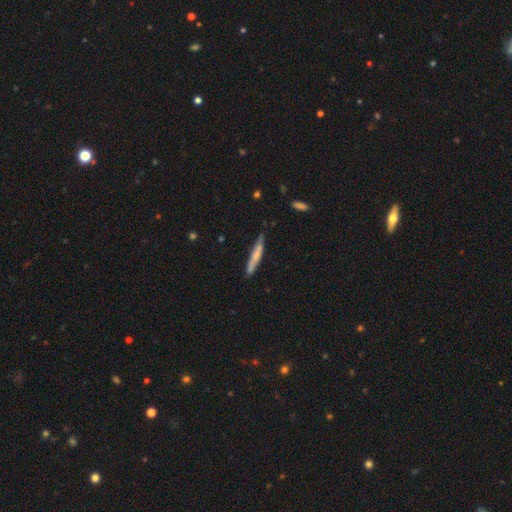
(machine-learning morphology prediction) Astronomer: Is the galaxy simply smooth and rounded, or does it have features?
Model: smooth — 60%.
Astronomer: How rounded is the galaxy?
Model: cigar-shaped — 95%.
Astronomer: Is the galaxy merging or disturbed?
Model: none — 75%.